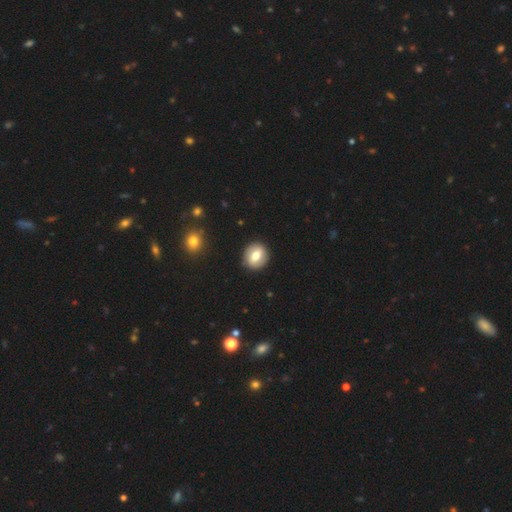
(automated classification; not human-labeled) smooth_or_featured: smooth (p=0.66) [alt: featured or disk p=0.25]
how_rounded: round (p=0.79) [alt: in between p=0.20]
merging: none (p=0.90) [alt: minor disturbance p=0.07]